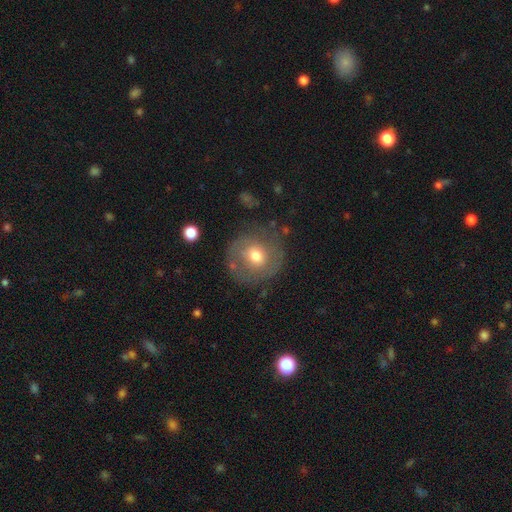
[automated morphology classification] Smooth or featured? smooth (57%)
How rounded? round (88%)
Merging? none (73%)